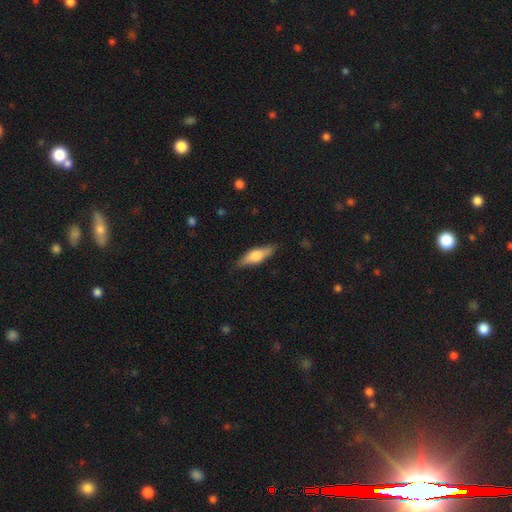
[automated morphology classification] smooth 56%, featured or disk 38%, star or artifact 6%. Down the decision tree: how rounded — cigar-shaped (51%); merging — none (86%).